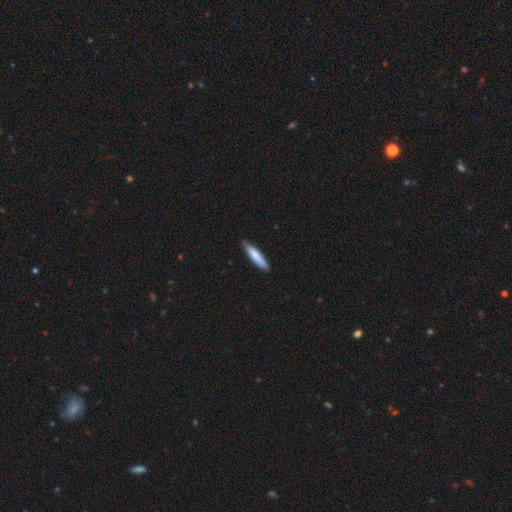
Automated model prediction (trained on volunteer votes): This appears to be a smooth galaxy with no disk features (78%) that is cigar-shaped (83%). Merging: none (83%).